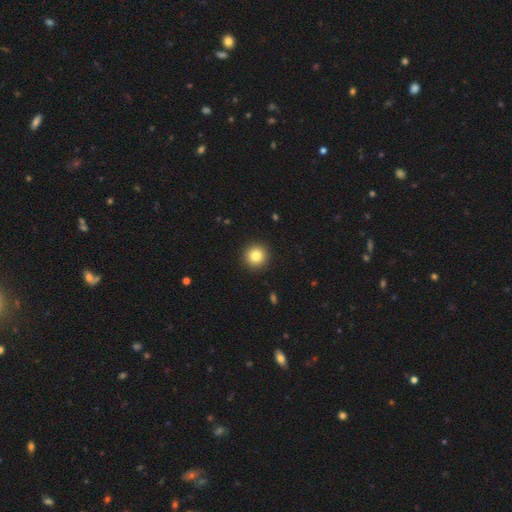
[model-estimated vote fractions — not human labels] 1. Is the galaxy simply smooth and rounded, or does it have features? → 83% smooth, 10% star or artifact, 7% featured or disk.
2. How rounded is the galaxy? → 95% round, 4% in between, 1% cigar-shaped.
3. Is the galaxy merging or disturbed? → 93% none, 4% minor disturbance, 2% major disturbance, 1% merger.